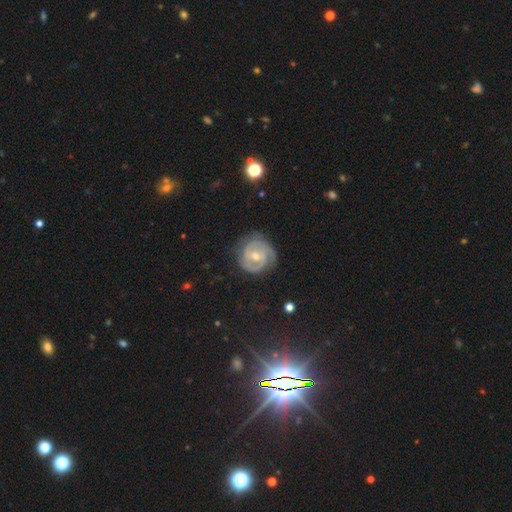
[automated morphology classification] This appears to be a featured or disk galaxy (83%) with no bar (46%), 2 (54%) tight (62%) spiral arms (93%) and a moderate central bulge (55%). Merging: none (69%).